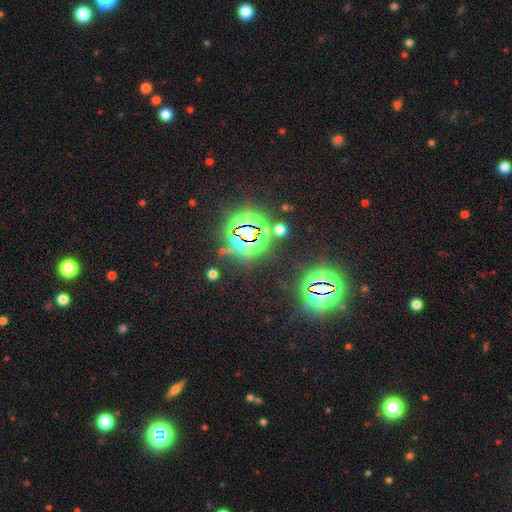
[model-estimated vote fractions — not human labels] Morphology: type=star or artifact (85%).